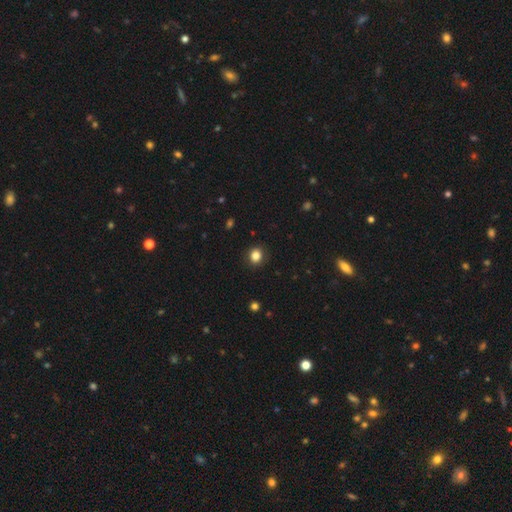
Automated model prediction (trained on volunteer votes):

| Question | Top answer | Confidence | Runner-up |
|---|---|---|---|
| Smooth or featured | smooth | 84% | star or artifact (11%) |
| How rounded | round | 67% | in between (32%) |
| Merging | none | 89% | minor disturbance (8%) |